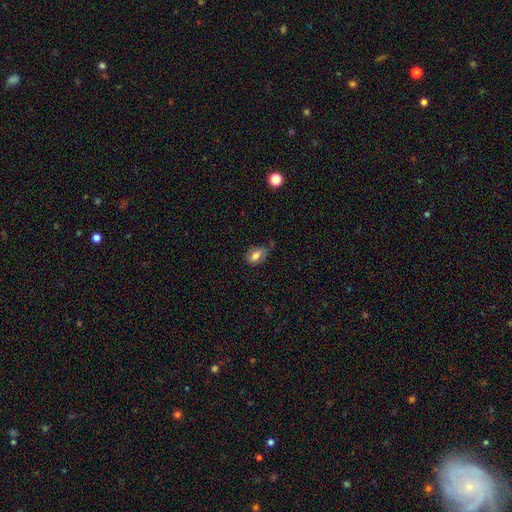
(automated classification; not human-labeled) Smooth or featured? smooth (79%)
How rounded? in between (83%)
Merging? none (56%)